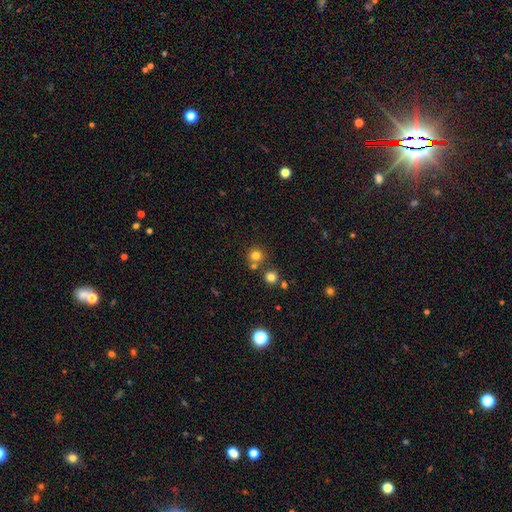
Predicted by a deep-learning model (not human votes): This appears to be a smooth galaxy with no disk features (76%) that is round (91%). Merging: none (68%).